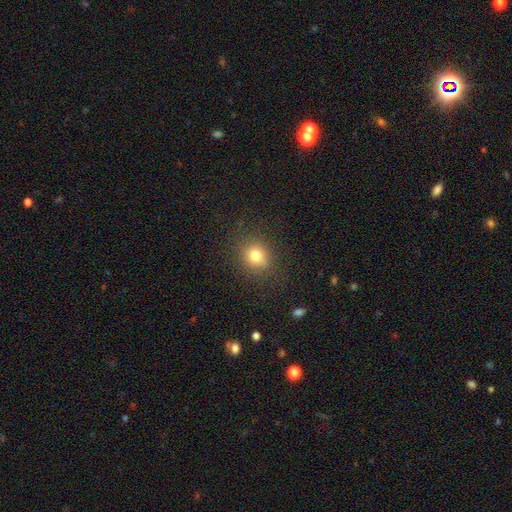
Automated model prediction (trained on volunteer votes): smooth 77%, star or artifact 15%, featured or disk 8%. Down the decision tree: how rounded — round (79%); merging — none (84%).